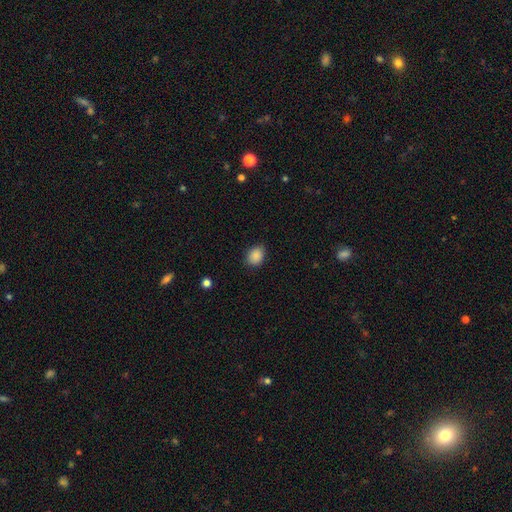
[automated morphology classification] The model was most divided on "how rounded": in between: 56%, round: 43%, cigar-shaped: 1%. More confident: smooth or featured — smooth (88%); merging — none (85%).